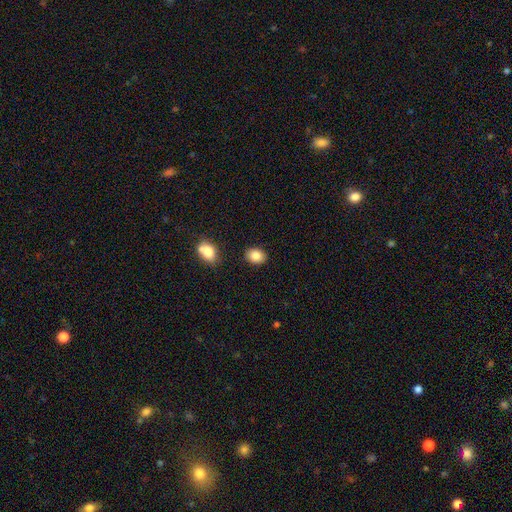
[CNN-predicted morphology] The model was most divided on "how rounded": in between: 62%, round: 37%, cigar-shaped: 1%. More confident: merging — none (86%); smooth or featured — smooth (85%).